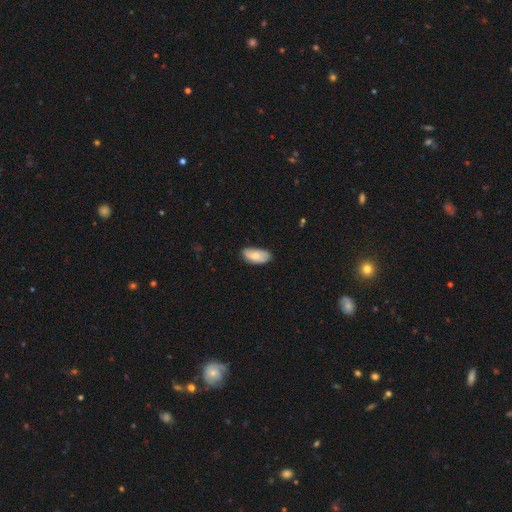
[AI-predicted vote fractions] smooth 73%, featured or disk 21%, star or artifact 6%. Down the decision tree: how rounded — in between (93%); merging — none (71%).